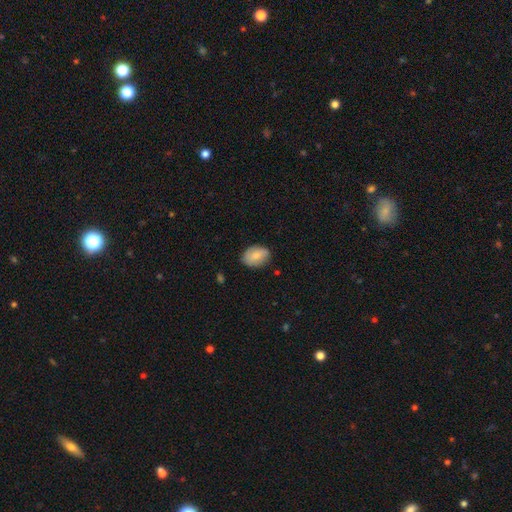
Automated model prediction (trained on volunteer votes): A smooth galaxy with no disk features (79%) that is in between round and cigar-shaped (79%). Merging: none (79%).